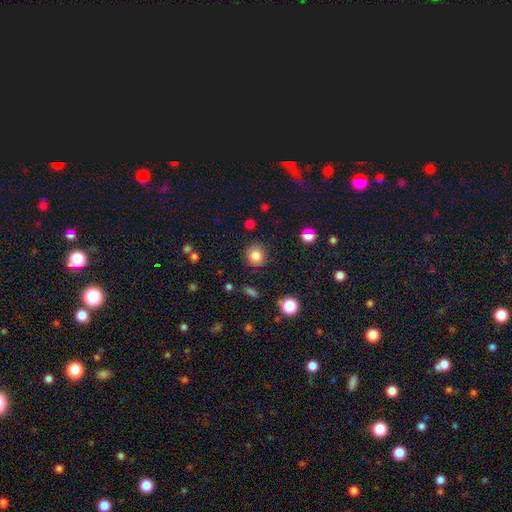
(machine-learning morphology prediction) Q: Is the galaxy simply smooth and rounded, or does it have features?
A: smooth — 82%.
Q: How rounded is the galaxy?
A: round — 84%.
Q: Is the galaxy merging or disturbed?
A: none — 85%.